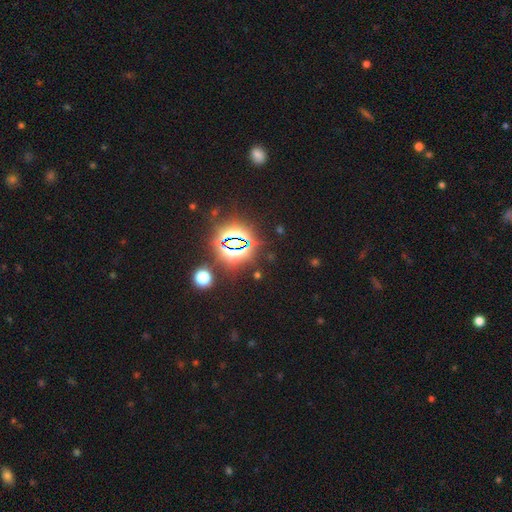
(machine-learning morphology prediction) type=star or artifact (80%).